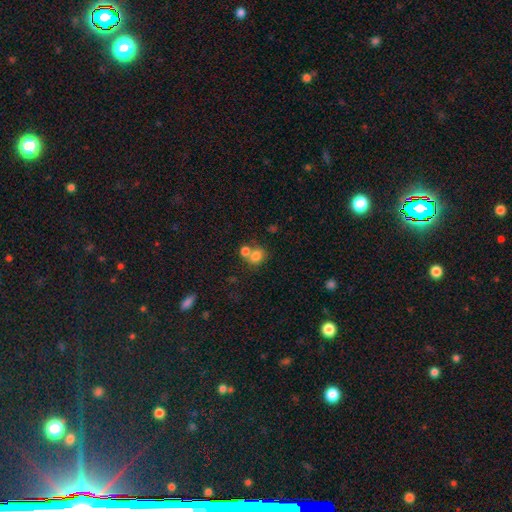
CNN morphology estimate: This appears to be a smooth galaxy with no disk features (79%) that is round (70%). Merging: merger (45%).